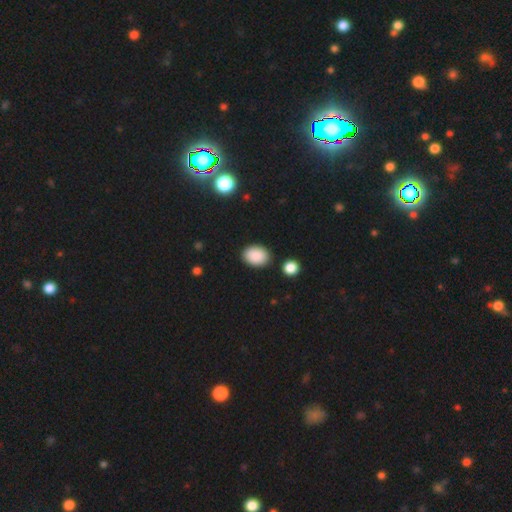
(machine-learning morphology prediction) smooth 89%, star or artifact 8%, featured or disk 3%. Down the decision tree: how rounded — in between (76%); merging — none (86%).